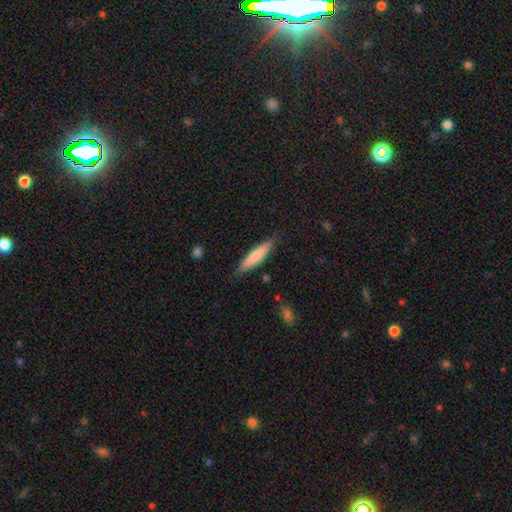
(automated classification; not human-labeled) The model was most divided on "smooth or featured": smooth: 77%, featured or disk: 18%, star or artifact: 5%. More confident: merging — none (85%); how rounded — cigar-shaped (82%).